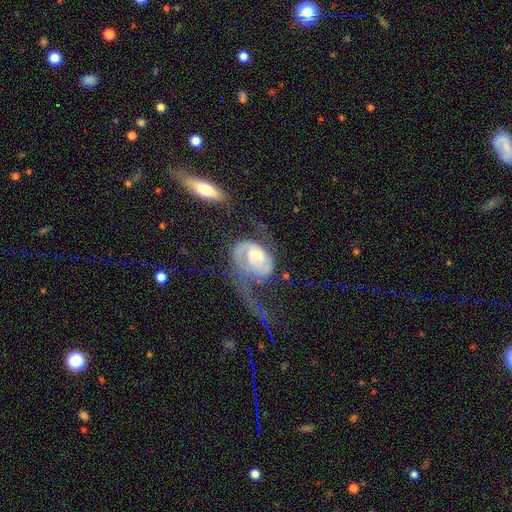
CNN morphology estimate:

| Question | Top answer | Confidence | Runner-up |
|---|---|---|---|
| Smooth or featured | featured or disk | 81% | smooth (13%) |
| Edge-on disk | no | 97% | yes (3%) |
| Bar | no | 57% | weak (34%) |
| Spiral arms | yes | 91% | no (9%) |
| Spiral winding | loose | 39% | medium (38%) |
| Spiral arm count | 2 | 62% | 1 (24%) |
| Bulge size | moderate | 56% | small (28%) |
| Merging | major disturbance | 51% | none (26%) |